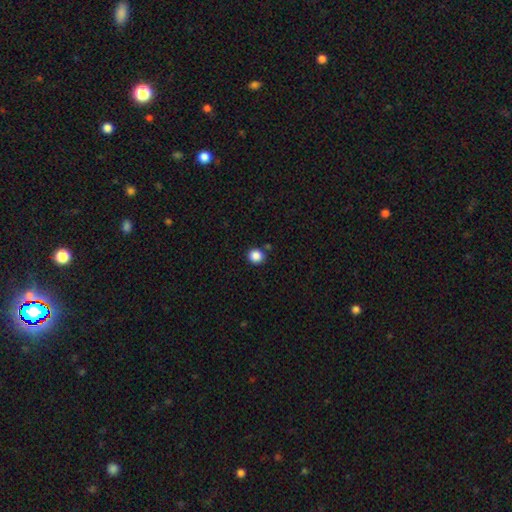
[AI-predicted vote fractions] Smooth or featured: smooth — 86% (star or artifact — 11%)
How rounded: round — 91% (in between — 8%)
Merging: none — 84% (minor disturbance — 8%)